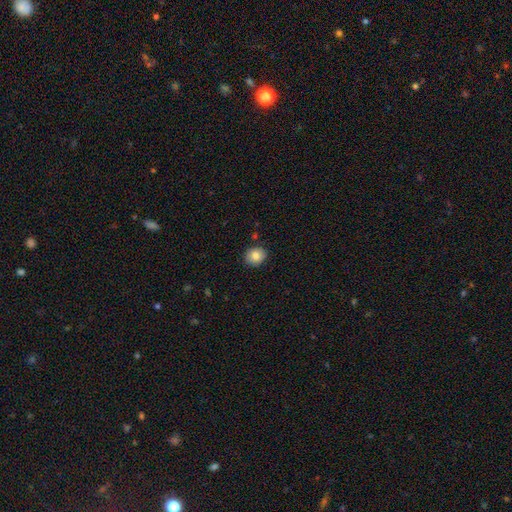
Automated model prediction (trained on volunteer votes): Smooth or featured: smooth — 81% (featured or disk — 10%)
How rounded: round — 74% (in between — 25%)
Merging: none — 87% (minor disturbance — 9%)